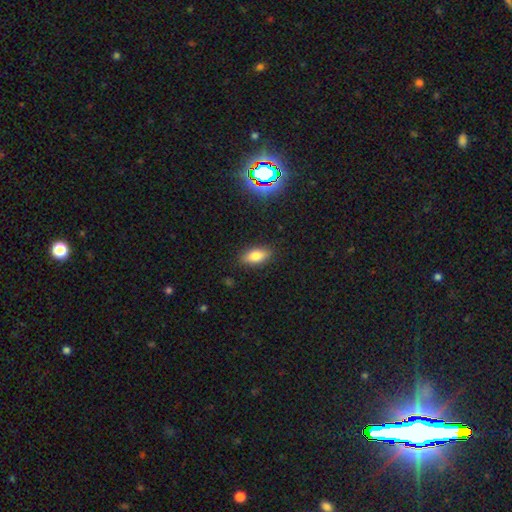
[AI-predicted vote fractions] smooth 78%, featured or disk 12%, star or artifact 10%. Down the decision tree: how rounded — in between (86%); merging — none (87%).